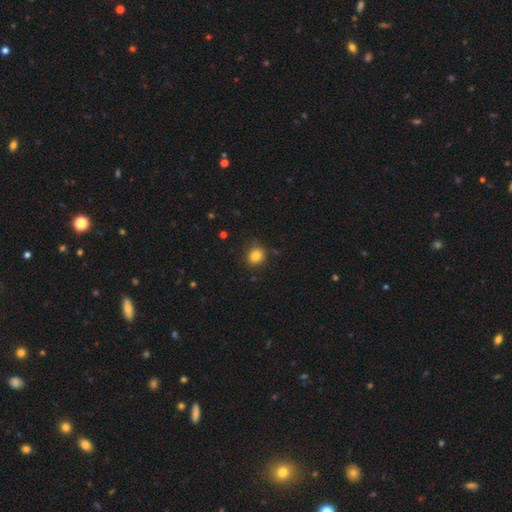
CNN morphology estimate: Smooth or featured: smooth — 83% (star or artifact — 11%)
How rounded: round — 79% (in between — 20%)
Merging: none — 82% (minor disturbance — 13%)